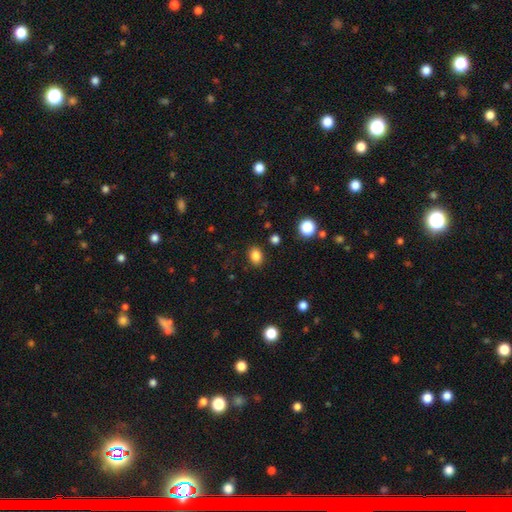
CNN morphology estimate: Smooth or featured? smooth (85%)
How rounded? in between (61%)
Merging? none (86%)